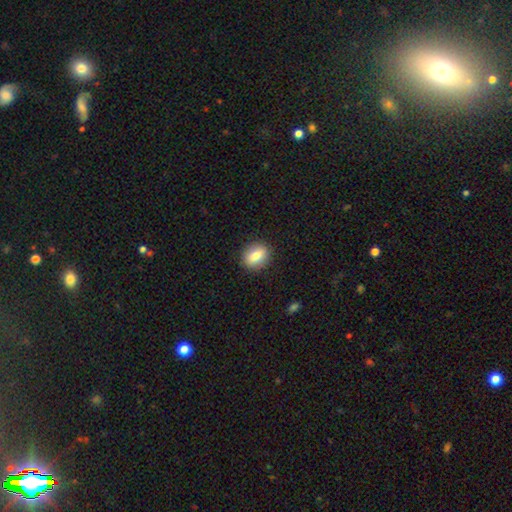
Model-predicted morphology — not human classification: smooth 81%, featured or disk 11%, star or artifact 8%. Down the decision tree: how rounded — in between (57%); merging — none (89%).